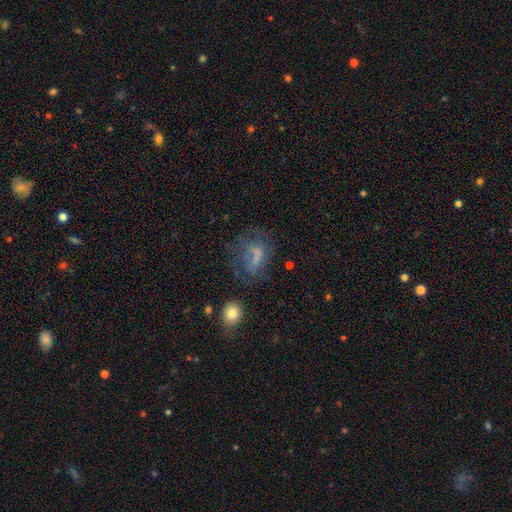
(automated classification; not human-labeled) smooth 44%, featured or disk 38%, star or artifact 19%. Down the decision tree: merging — none (39%).